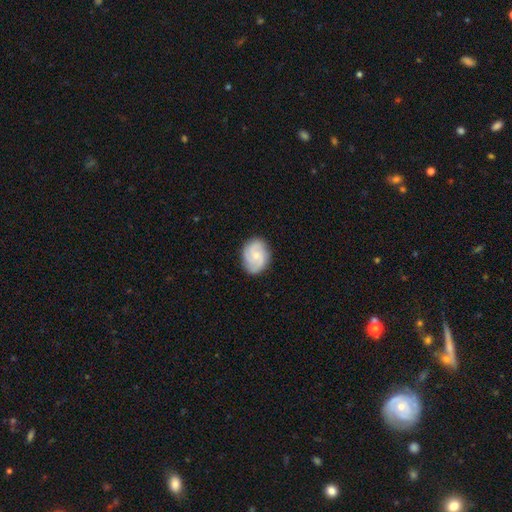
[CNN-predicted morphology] This appears to be a featured or disk galaxy (64%) with no bar (70%), 3 (39%) medium (45%) spiral arms (93%) and a small central bulge (65%). Merging: none (82%).